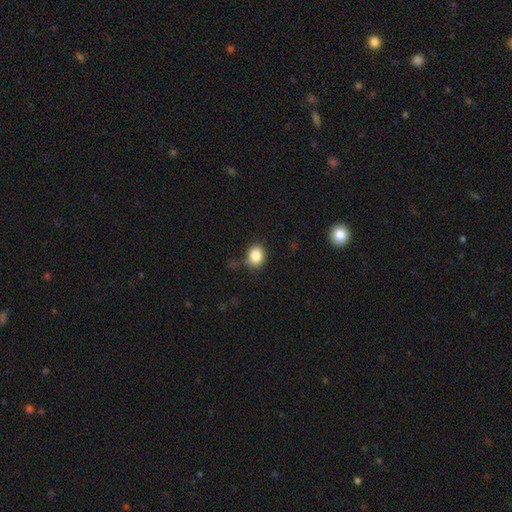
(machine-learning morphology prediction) Smooth or featured?
  - smooth: 85% *
  - star or artifact: 10%
  - featured or disk: 5%
How rounded?
  - in between: 51% *
  - round: 48%
  - cigar-shaped: 1%
Merging?
  - none: 77% *
  - minor disturbance: 15%
  - major disturbance: 4%
  - merger: 3%